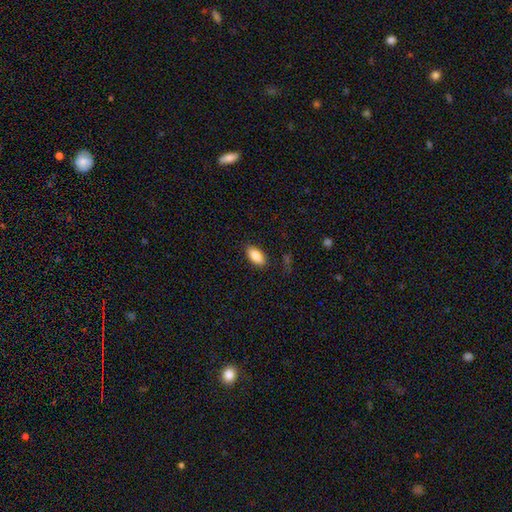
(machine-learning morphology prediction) The model was most divided on "merging": none: 85%, minor disturbance: 11%, major disturbance: 3%, merger: 1%. More confident: how rounded — in between (91%); smooth or featured — smooth (87%).